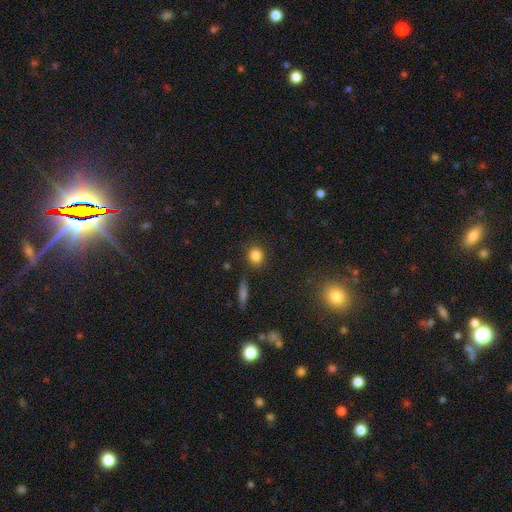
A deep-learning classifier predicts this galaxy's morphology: Smooth or featured: smooth — 83% (star or artifact — 11%)
How rounded: round — 83% (in between — 15%)
Merging: none — 86% (minor disturbance — 9%)